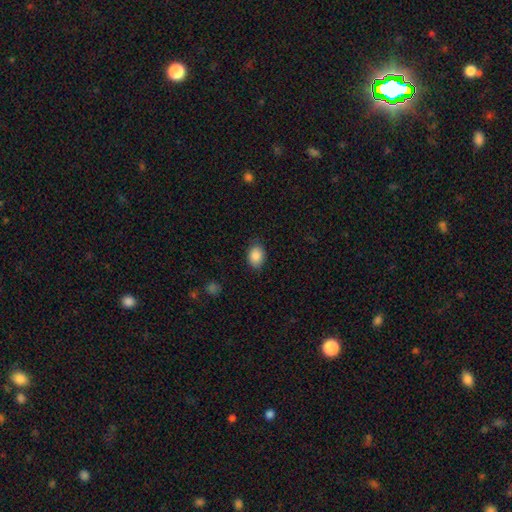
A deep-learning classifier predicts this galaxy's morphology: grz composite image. It shows a smooth galaxy with no disk features (88%) that is in between round and cigar-shaped (74%). Merging: none (83%).